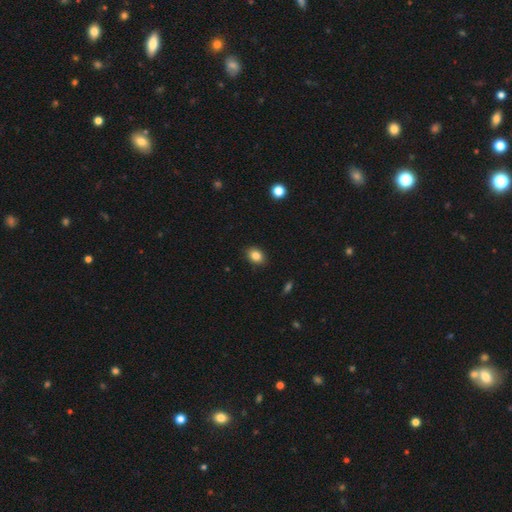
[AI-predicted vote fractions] A smooth galaxy with no disk features (84%) that is in between round and cigar-shaped (66%).

Vote fractions:
- Smooth or featured? smooth: 84% / star or artifact: 10% / featured or disk: 6%
- How rounded? in between: 66% / round: 33% / cigar-shaped: 1%
- Merging? none: 88% / minor disturbance: 9% / major disturbance: 2% / merger: 1%